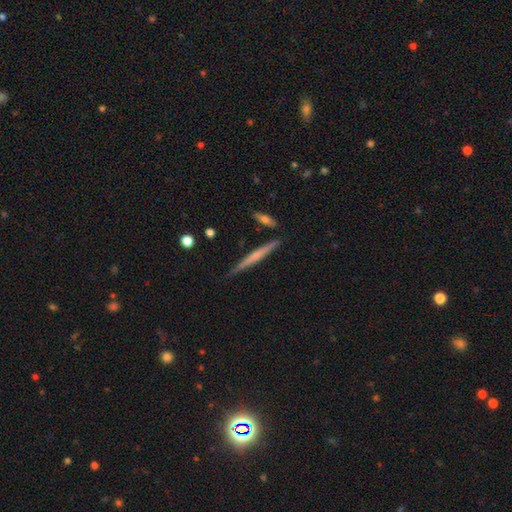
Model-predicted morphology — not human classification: A featured or disk galaxy (53%) viewed edge-on (97%) with no central bulge (55%). Merging: none (83%).